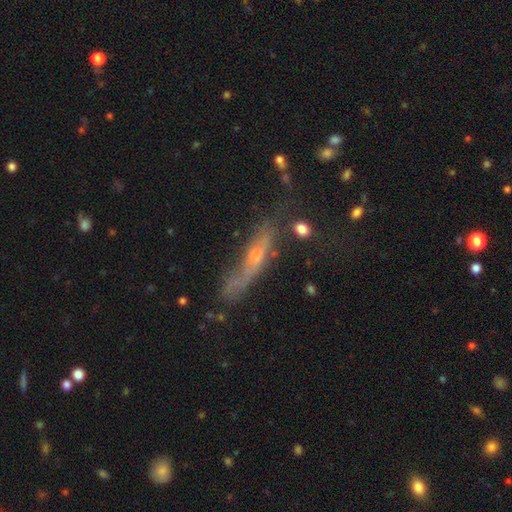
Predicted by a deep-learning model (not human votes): Morphology: type=featured or disk (54%); edge-on=yes (60%); merging=none (46%).